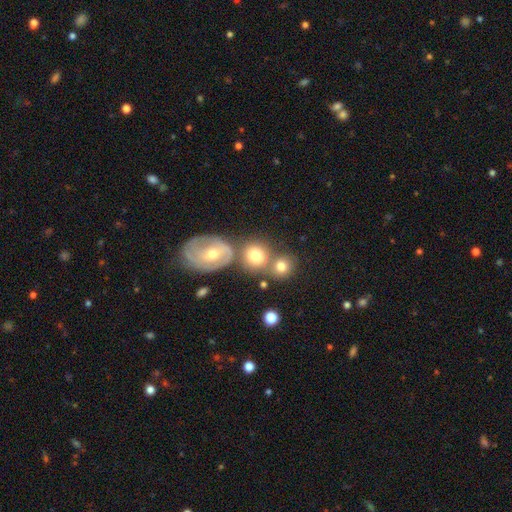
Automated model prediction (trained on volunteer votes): A smooth galaxy with no disk features (60%) that is round (71%). Merging: none (46%).